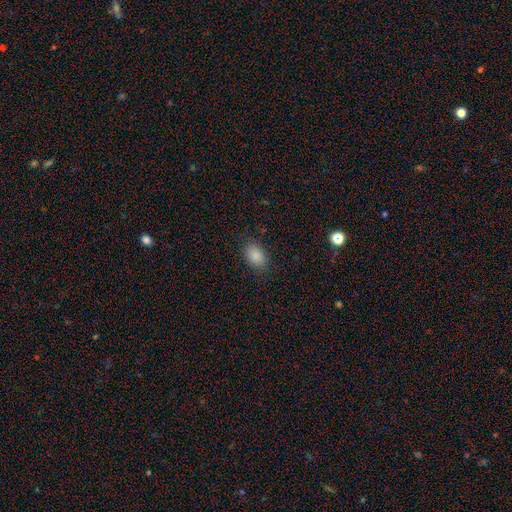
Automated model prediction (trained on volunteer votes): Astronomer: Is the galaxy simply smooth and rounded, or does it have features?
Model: smooth — 87%.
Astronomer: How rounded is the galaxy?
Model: in between — 82%.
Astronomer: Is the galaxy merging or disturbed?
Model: none — 84%.